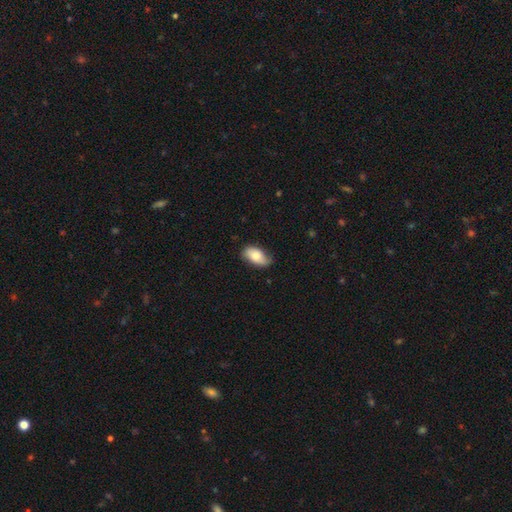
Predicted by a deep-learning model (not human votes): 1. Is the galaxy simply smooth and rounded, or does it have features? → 72% smooth, 21% featured or disk, 7% star or artifact.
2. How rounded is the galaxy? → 93% in between, 4% round, 3% cigar-shaped.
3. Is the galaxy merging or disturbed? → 70% none, 24% minor disturbance, 5% major disturbance, 1% merger.